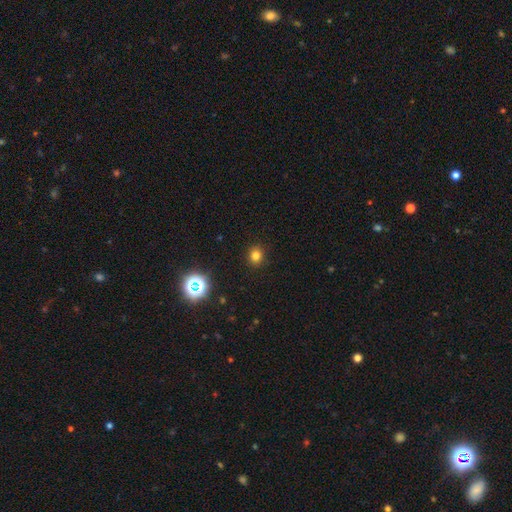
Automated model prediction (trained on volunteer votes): The model was most divided on "how rounded": round: 75%, in between: 24%, cigar-shaped: 1%. More confident: merging — none (90%); smooth or featured — smooth (77%).